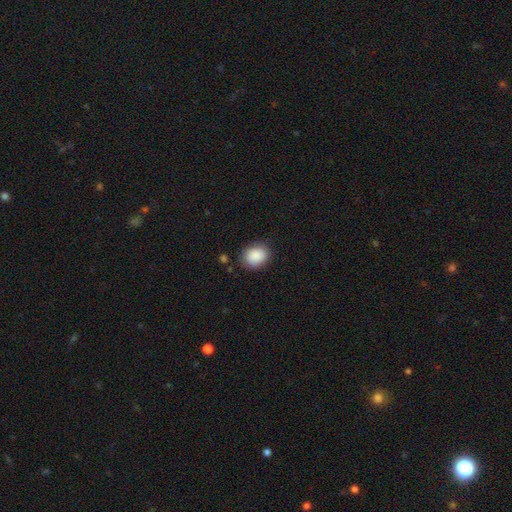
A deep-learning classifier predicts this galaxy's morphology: smooth 89%, star or artifact 7%, featured or disk 4%. Down the decision tree: how rounded — in between (50%); merging — none (82%).